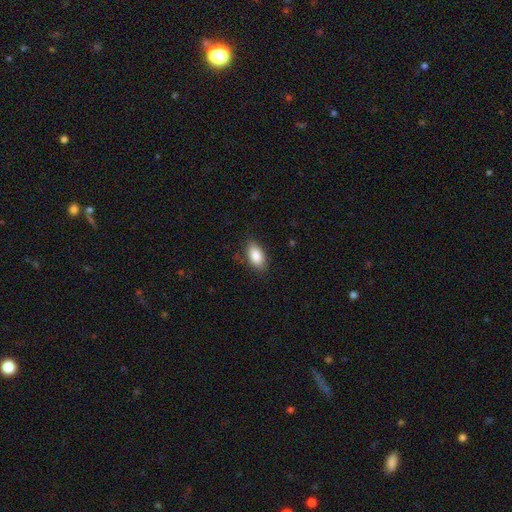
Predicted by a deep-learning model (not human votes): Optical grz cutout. It shows a smooth galaxy with no disk features (87%) that is in between round and cigar-shaped (92%). Merging: none (83%).